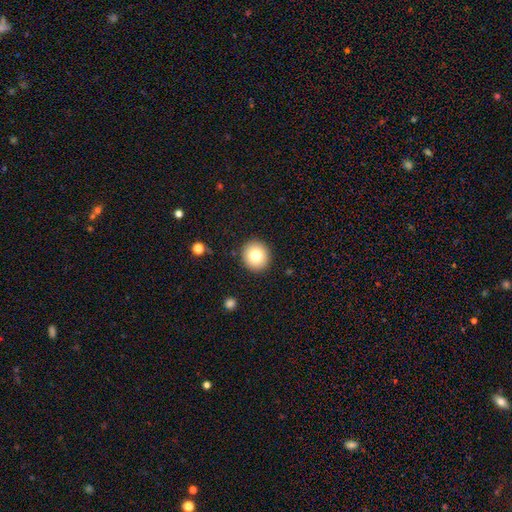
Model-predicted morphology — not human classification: smooth-or-featured: smooth: 77% | featured or disk: 12% | star or artifact: 10%
  how-rounded: round: 93% | in between: 6% | cigar-shaped: 1%
  merging: none: 92% | minor disturbance: 6% | major disturbance: 2% | merger: 1%